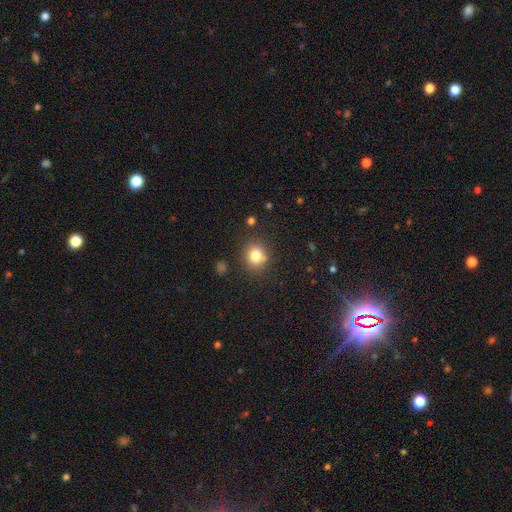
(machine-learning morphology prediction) Smooth or featured?
  - smooth: 79% *
  - star or artifact: 13%
  - featured or disk: 8%
How rounded?
  - round: 81% *
  - in between: 18%
  - cigar-shaped: 1%
Merging?
  - none: 79% *
  - minor disturbance: 12%
  - merger: 6%
  - major disturbance: 3%